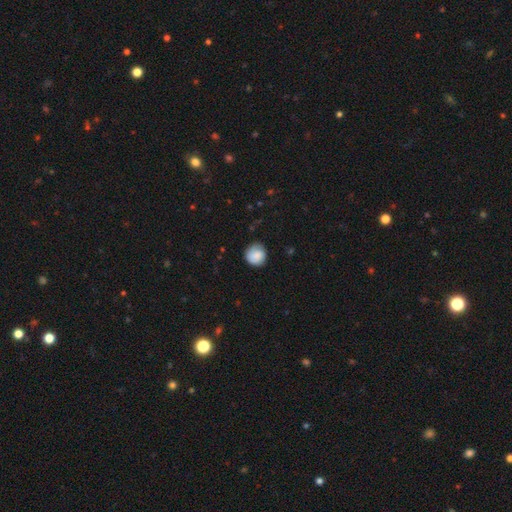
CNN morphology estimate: smooth_or_featured: smooth (p=0.82) [alt: featured or disk p=0.11]
how_rounded: round (p=0.90) [alt: in between p=0.09]
merging: none (p=0.75) [alt: minor disturbance p=0.18]